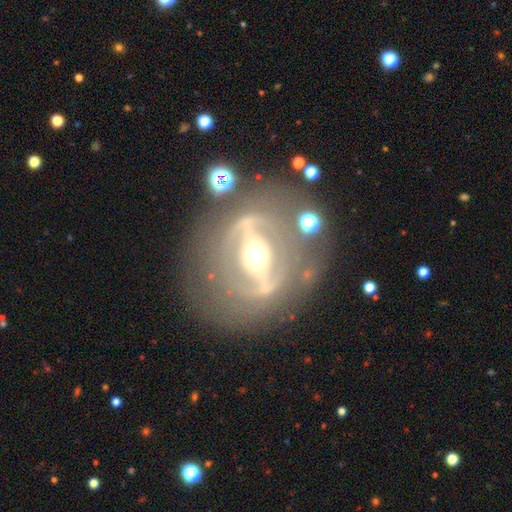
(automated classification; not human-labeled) A featured or disk galaxy (82%) with a strong bar (73%), no spiral arms (57%) and a moderate central bulge (64%).

Vote fractions:
- Smooth or featured? featured or disk: 82% / smooth: 11% / star or artifact: 7%
- Edge-on disk? no: 85% / yes: 15%
- Bar? strong: 73% / weak: 17% / no: 11%
- Spiral arms? no: 57% / yes: 43%
- Bulge size? moderate: 64% / small: 24% / large: 10% / dominant: 2% / none: 1%
- Merging? none: 74% / minor disturbance: 13% / major disturbance: 10% / merger: 3%